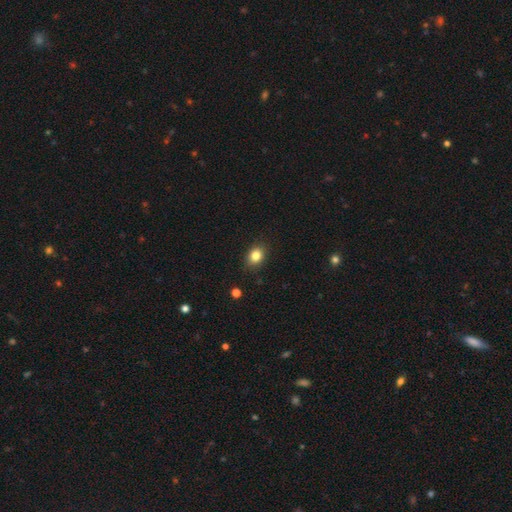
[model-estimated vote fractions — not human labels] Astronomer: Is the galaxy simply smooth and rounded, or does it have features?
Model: smooth — 84%.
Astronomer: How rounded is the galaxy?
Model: in between — 58% (runner-up: round, 41%).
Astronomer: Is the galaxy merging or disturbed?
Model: none — 87%.